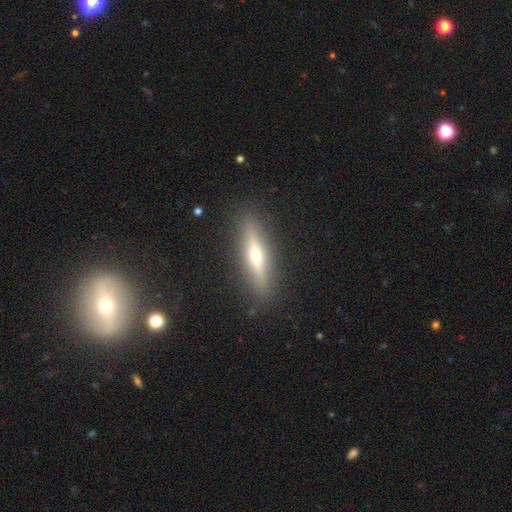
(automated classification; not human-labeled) Smooth or featured? featured or disk (55%)
Edge-on disk? yes (92%)
Edge-on bulge? rounded (88%)
Merging? none (89%)